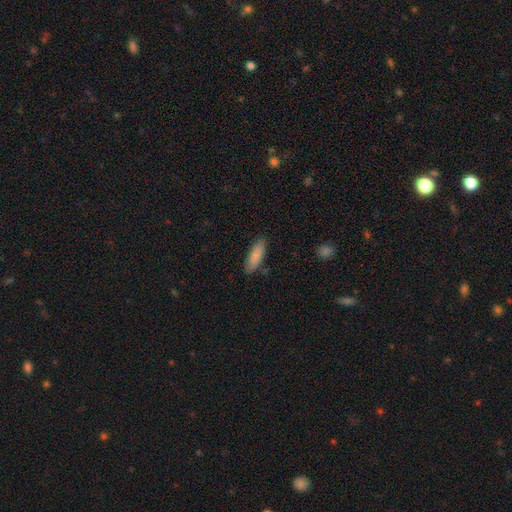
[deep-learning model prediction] Smooth or featured: smooth — 85% (featured or disk — 9%)
How rounded: in between — 51% (cigar-shaped — 48%)
Merging: none — 84% (minor disturbance — 12%)